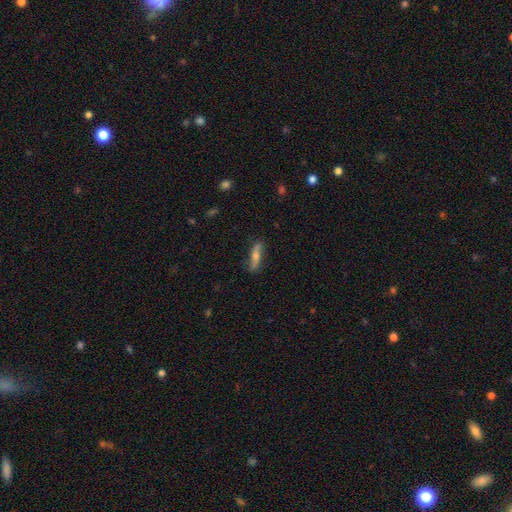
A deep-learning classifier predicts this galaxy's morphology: smooth-or-featured: featured or disk: 48% | smooth: 45% | star or artifact: 7%
  merging: none: 81% | minor disturbance: 14% | major disturbance: 3% | merger: 1%